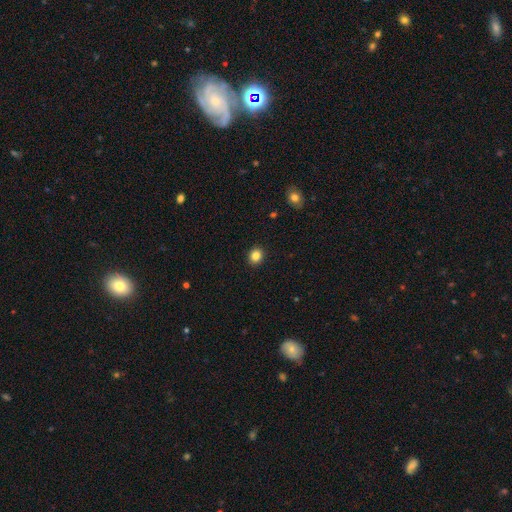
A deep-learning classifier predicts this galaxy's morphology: The model was most divided on "how rounded": round: 72%, in between: 27%, cigar-shaped: 1%. More confident: merging — none (91%); smooth or featured — smooth (85%).